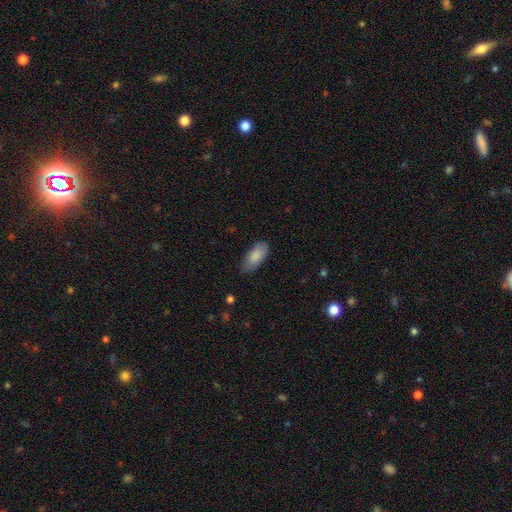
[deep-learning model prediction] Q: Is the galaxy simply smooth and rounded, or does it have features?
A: smooth — 86%.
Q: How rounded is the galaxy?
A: in between — 85%.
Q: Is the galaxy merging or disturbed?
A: none — 76%.